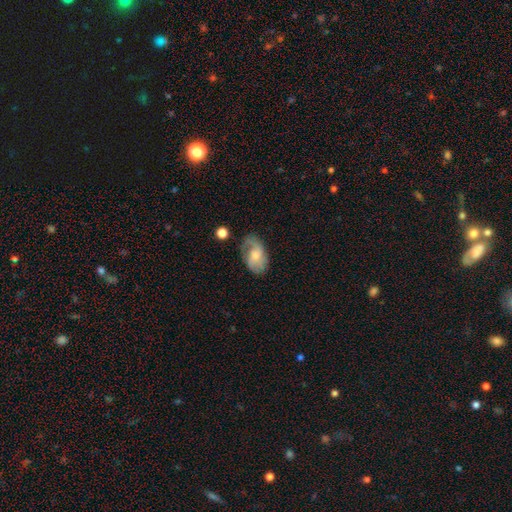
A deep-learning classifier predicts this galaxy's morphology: smooth-or-featured: featured or disk: 54% | smooth: 39% | star or artifact: 7%
  disk-edge-on: no: 96% | yes: 4%
    bar: no: 66% | weak: 30% | strong: 4%
    has-spiral-arms: yes: 84% | no: 16%
    bulge-size: moderate: 44% | small: 37% | none: 10% | large: 8% | dominant: 2%
  merging: none: 56% | minor disturbance: 26% | major disturbance: 15% | merger: 3%